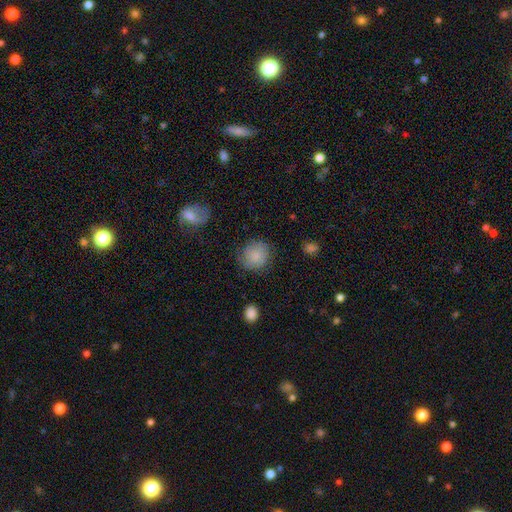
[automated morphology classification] Overall: smooth (81%). How rounded: round (84%). Merging: none (75%).